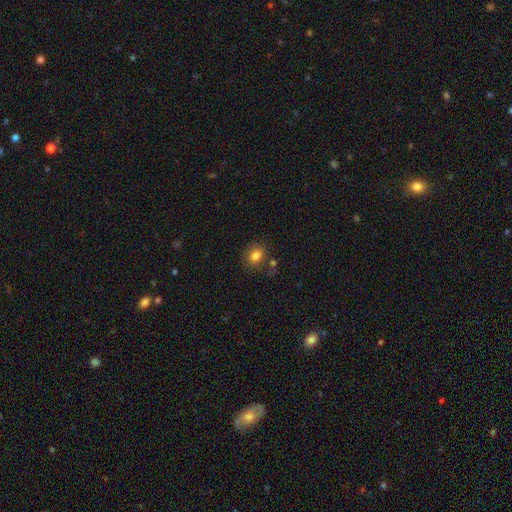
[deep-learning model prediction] Q: Smooth or featured?
A: smooth (80%); runner-up: star or artifact (11%)
Q: How rounded?
A: round (57%); runner-up: in between (42%)
Q: Merging?
A: none (66%); runner-up: minor disturbance (17%)